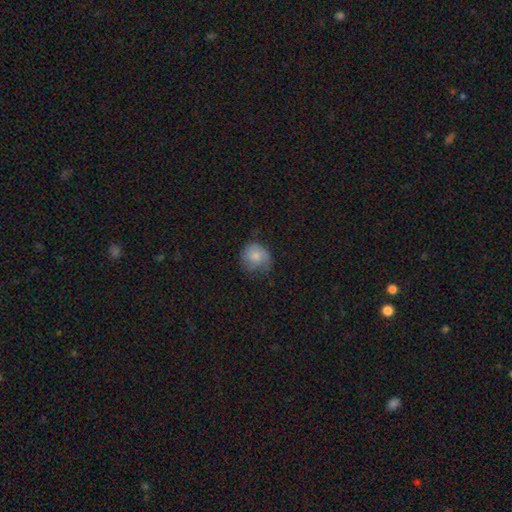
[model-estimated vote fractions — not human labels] Overall: smooth (75%). How rounded: round (81%). Merging: none (54%; minor disturbance 32%).